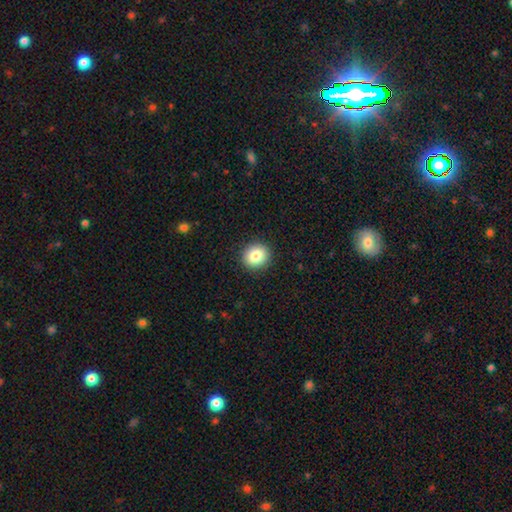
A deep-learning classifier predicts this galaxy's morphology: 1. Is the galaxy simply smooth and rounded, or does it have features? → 84% smooth, 9% star or artifact, 7% featured or disk.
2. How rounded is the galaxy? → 82% round, 17% in between, 1% cigar-shaped.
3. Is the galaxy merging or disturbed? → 92% none, 6% minor disturbance, 2% major disturbance, 1% merger.